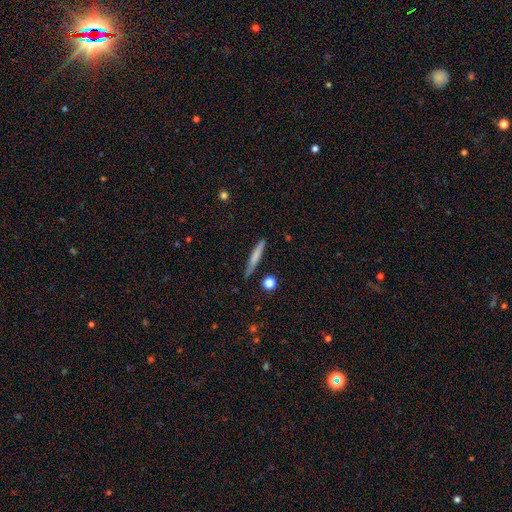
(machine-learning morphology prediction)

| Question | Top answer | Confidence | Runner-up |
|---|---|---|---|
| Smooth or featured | smooth | 68% | featured or disk (26%) |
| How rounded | cigar-shaped | 94% | in between (4%) |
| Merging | none | 80% | minor disturbance (14%) |